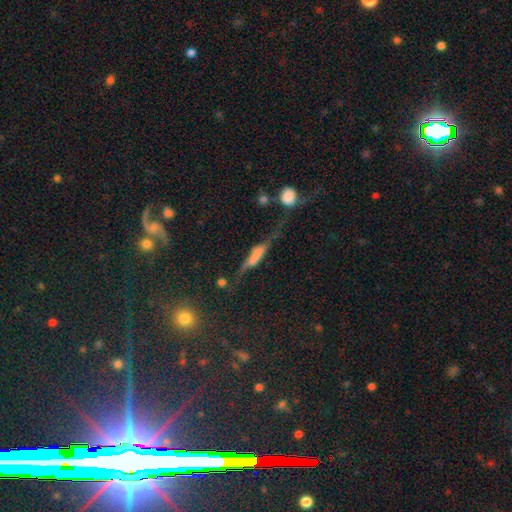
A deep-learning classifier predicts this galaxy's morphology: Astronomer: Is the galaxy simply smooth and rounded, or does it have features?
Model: featured or disk — 54% (runner-up: smooth, 35%).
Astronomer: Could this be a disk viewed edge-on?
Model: yes — 73%.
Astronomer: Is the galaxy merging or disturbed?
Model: none — 41% (runner-up: major disturbance, 25%).